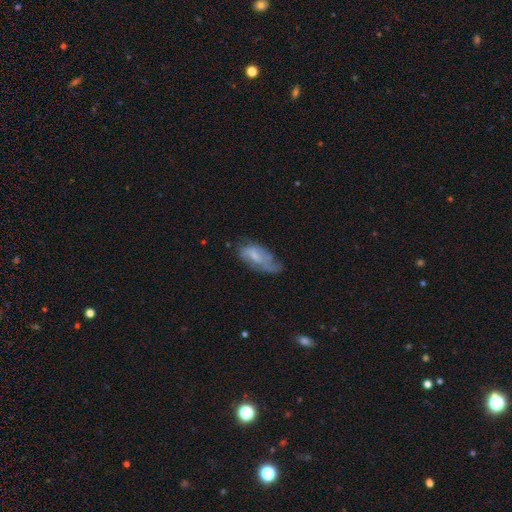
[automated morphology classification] Smooth or featured: smooth — 47% (featured or disk — 45%)
Merging: none — 37% (minor disturbance — 36%)